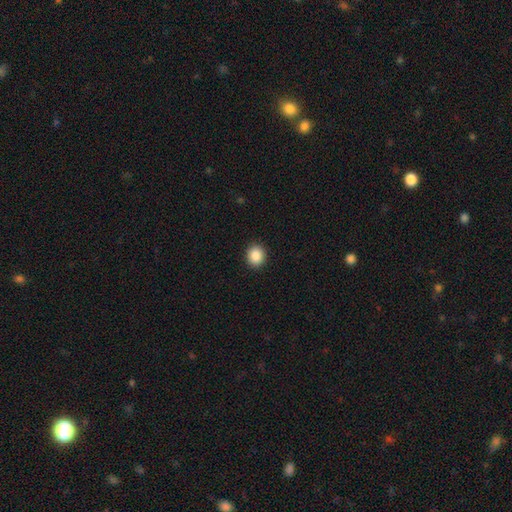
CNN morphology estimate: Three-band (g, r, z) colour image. It shows a smooth galaxy with no disk features (88%) that is round (74%). Merging: none (92%).